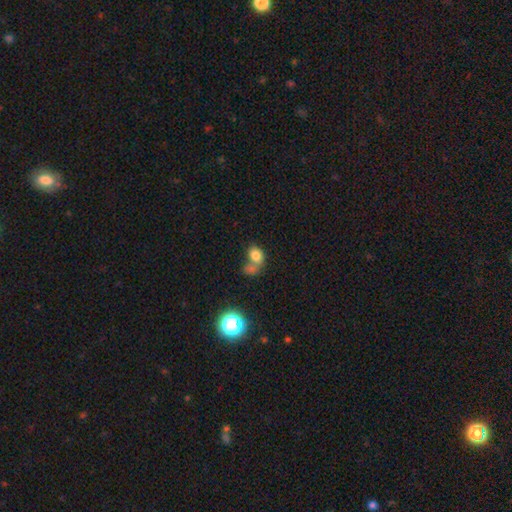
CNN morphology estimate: This is likely a smooth galaxy (76%). How rounded: possibly in between (59%). Merging: possibly merger (55%).